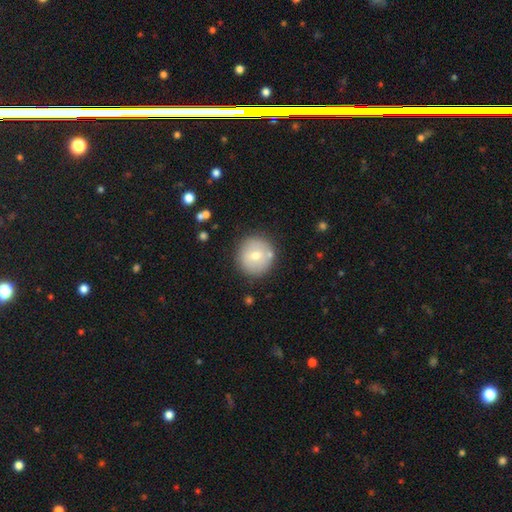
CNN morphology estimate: smooth_or_featured: smooth (p=0.67) [alt: featured or disk p=0.24]
how_rounded: round (p=0.95) [alt: in between p=0.05]
merging: none (p=0.83) [alt: minor disturbance p=0.09]